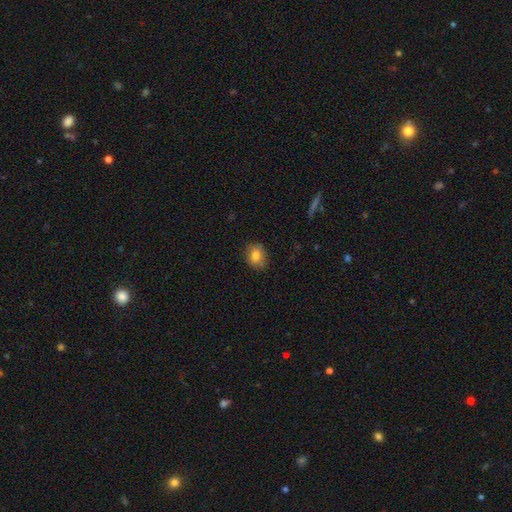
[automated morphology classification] Smooth or featured?
  - smooth: 80% *
  - featured or disk: 11%
  - star or artifact: 9%
How rounded?
  - round: 55% *
  - in between: 44%
  - cigar-shaped: 1%
Merging?
  - none: 81% *
  - minor disturbance: 15%
  - major disturbance: 3%
  - merger: 1%